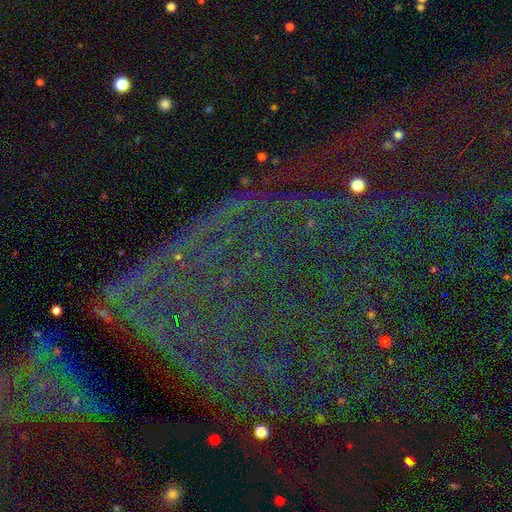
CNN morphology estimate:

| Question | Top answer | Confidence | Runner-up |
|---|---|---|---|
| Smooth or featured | star or artifact | 84% | featured or disk (8%) |